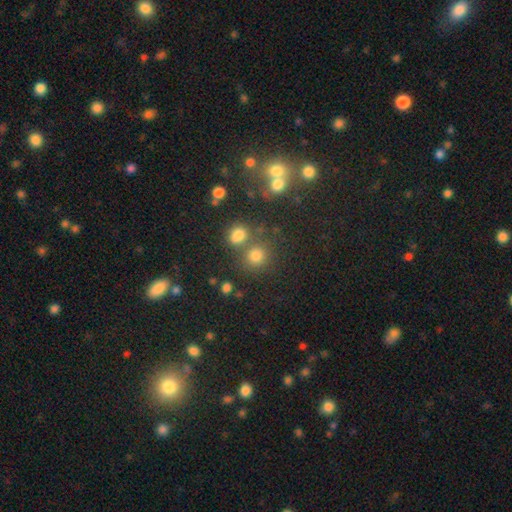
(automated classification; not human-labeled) smooth_or_featured: smooth (p=0.75) [alt: star or artifact p=0.18]
how_rounded: round (p=0.82) [alt: in between p=0.17]
merging: none (p=0.63) [alt: merger p=0.23]